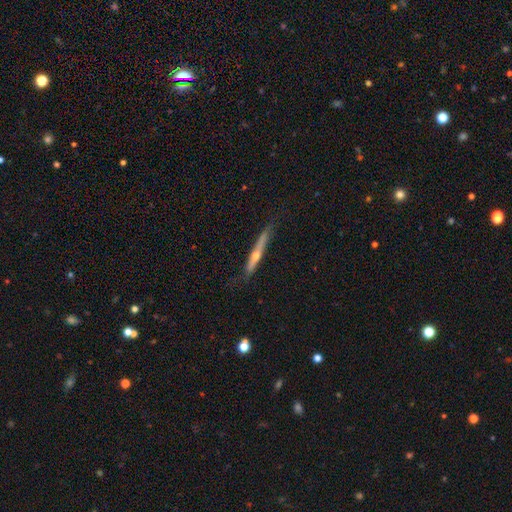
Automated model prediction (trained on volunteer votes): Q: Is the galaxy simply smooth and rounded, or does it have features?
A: featured or disk — 65%.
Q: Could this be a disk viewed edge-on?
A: yes — 95%.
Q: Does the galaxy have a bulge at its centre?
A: rounded — 82%.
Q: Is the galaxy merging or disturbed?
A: none — 75%.